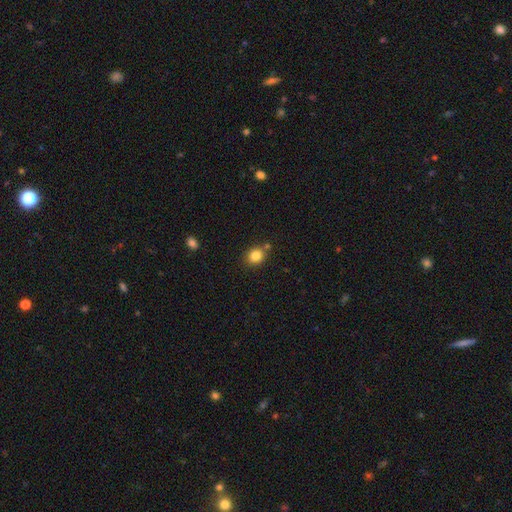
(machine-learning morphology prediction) smooth-or-featured: smooth: 83% | star or artifact: 10% | featured or disk: 6%
  how-rounded: round: 61% | in between: 38% | cigar-shaped: 1%
  merging: none: 75% | minor disturbance: 12% | merger: 10% | major disturbance: 3%